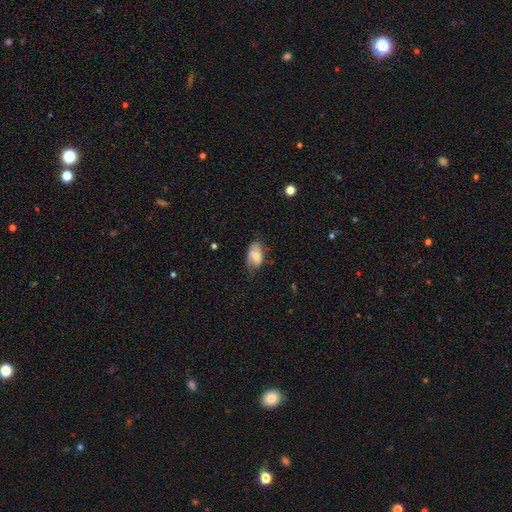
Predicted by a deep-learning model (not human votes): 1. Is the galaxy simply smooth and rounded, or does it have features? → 53% smooth, 39% featured or disk, 8% star or artifact.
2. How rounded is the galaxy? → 90% in between, 8% round, 2% cigar-shaped.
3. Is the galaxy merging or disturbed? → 53% none, 33% minor disturbance, 12% major disturbance, 2% merger.